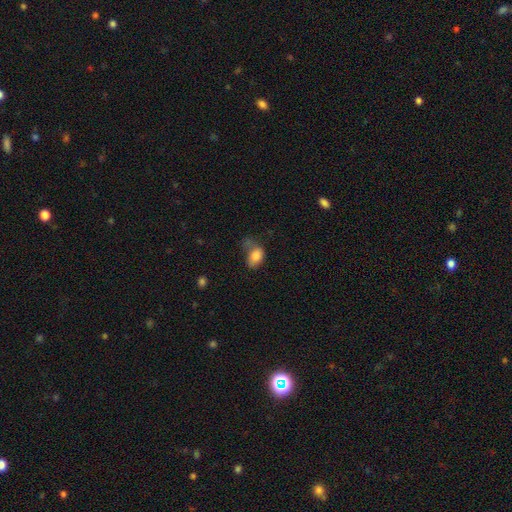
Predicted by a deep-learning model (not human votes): Smooth or featured?
  - smooth: 81% *
  - featured or disk: 10%
  - star or artifact: 8%
How rounded?
  - in between: 80% *
  - round: 19%
  - cigar-shaped: 1%
Merging?
  - minor disturbance: 31% * (tied)
  - none: 31% * (tied)
  - major disturbance: 27%
  - merger: 11%